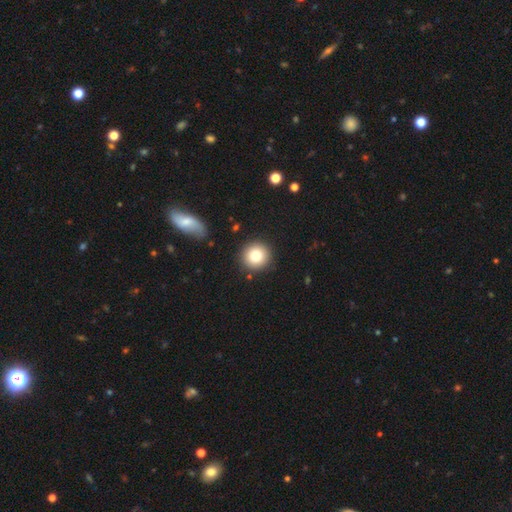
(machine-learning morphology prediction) Q: Smooth or featured?
A: smooth (78%); runner-up: featured or disk (11%)
Q: How rounded?
A: round (94%); runner-up: in between (5%)
Q: Merging?
A: none (89%); runner-up: minor disturbance (6%)